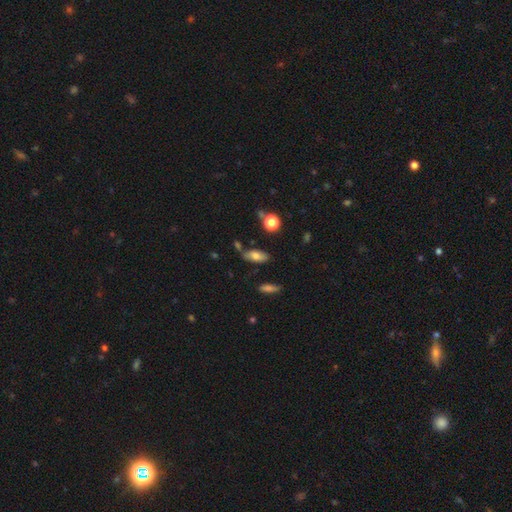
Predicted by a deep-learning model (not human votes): smooth-or-featured: smooth: 72% | featured or disk: 18% | star or artifact: 10%
  how-rounded: in between: 80% | cigar-shaped: 16% | round: 4%
  merging: none: 66% | minor disturbance: 20% | merger: 9% | major disturbance: 6%